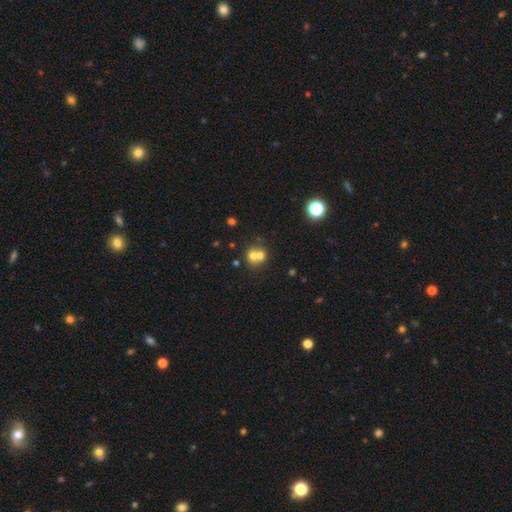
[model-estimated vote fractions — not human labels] Smooth or featured? Predicted: smooth (p=0.64). How rounded? Predicted: round (p=0.80). Merging? Predicted: merger (p=0.59).